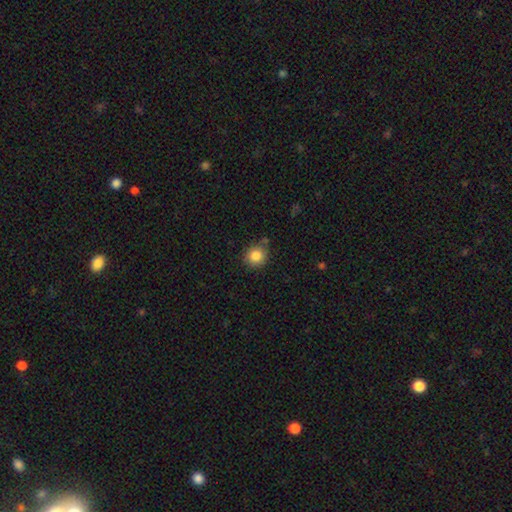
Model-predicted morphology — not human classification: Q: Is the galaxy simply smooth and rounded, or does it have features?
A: smooth — 85%.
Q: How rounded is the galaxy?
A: round — 88%.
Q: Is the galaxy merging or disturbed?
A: none — 79%.